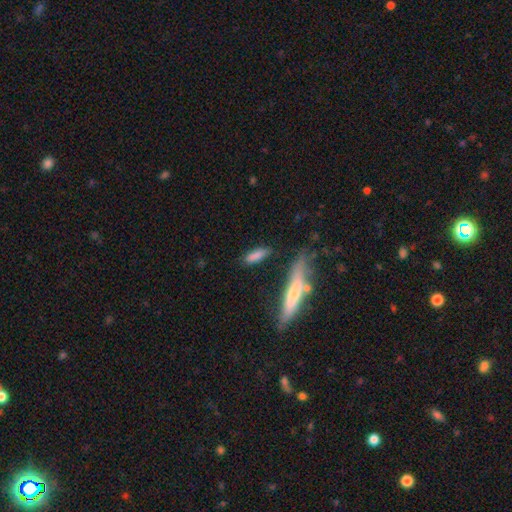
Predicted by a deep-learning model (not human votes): Smooth or featured? Predicted: smooth (p=0.79). How rounded? Predicted: cigar-shaped (p=0.61). Merging? Predicted: none (p=0.72).